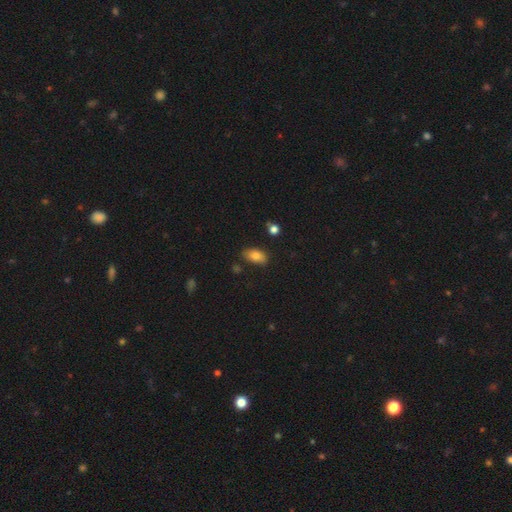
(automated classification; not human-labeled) smooth_or_featured: smooth (p=0.81) [alt: featured or disk p=0.10]
how_rounded: in between (p=0.91) [alt: round p=0.06]
merging: none (p=0.77) [alt: minor disturbance p=0.17]